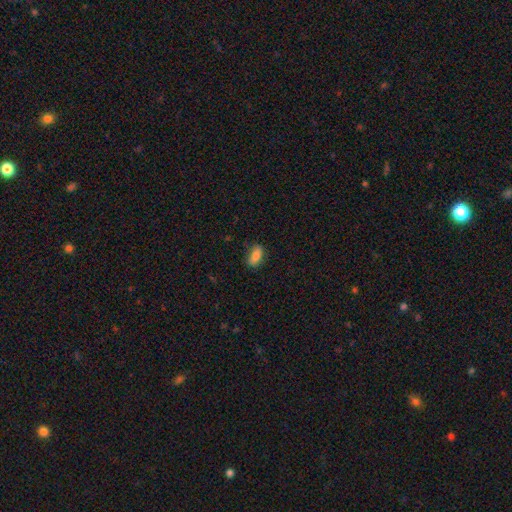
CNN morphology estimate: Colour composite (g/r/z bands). It shows a smooth galaxy with no disk features (84%) that is in between round and cigar-shaped (85%). Merging: none (80%).